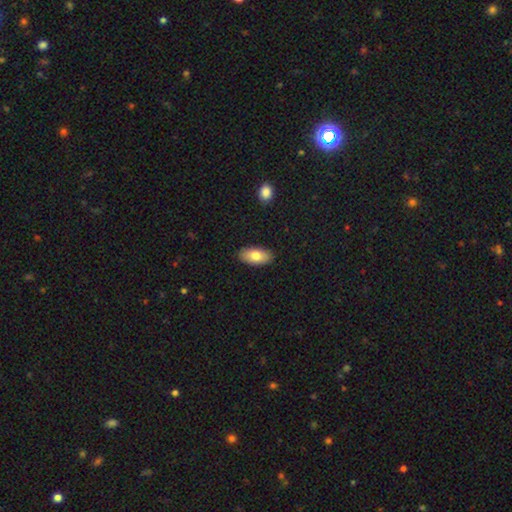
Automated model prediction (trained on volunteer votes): Smooth or featured: smooth — 78% (featured or disk — 15%)
How rounded: in between — 92% (cigar-shaped — 5%)
Merging: none — 89% (minor disturbance — 8%)